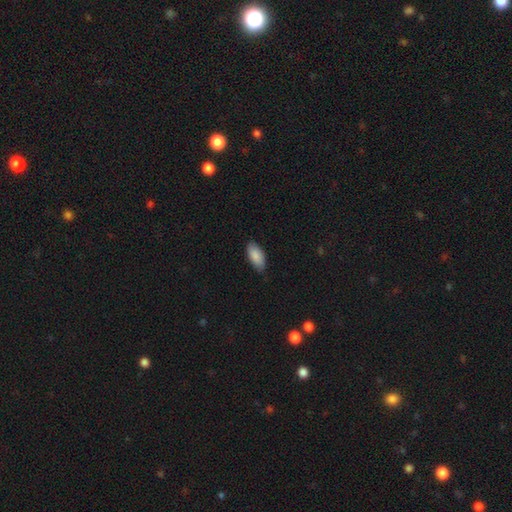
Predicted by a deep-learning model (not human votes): A smooth galaxy with no disk features (88%) that is in between round and cigar-shaped (91%). Merging: none (80%).